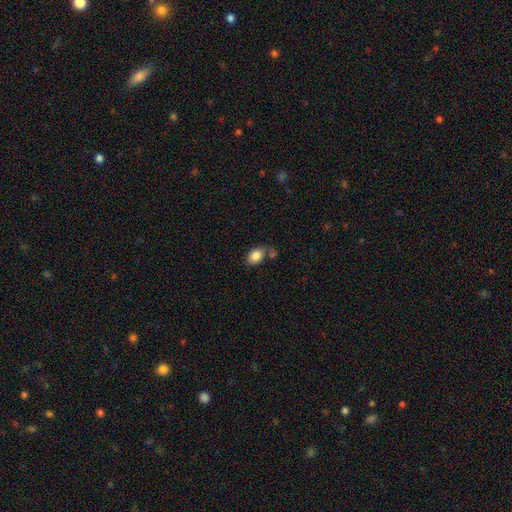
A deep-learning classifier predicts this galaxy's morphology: Smooth or featured? smooth (85%)
How rounded? in between (81%)
Merging? none (51%)